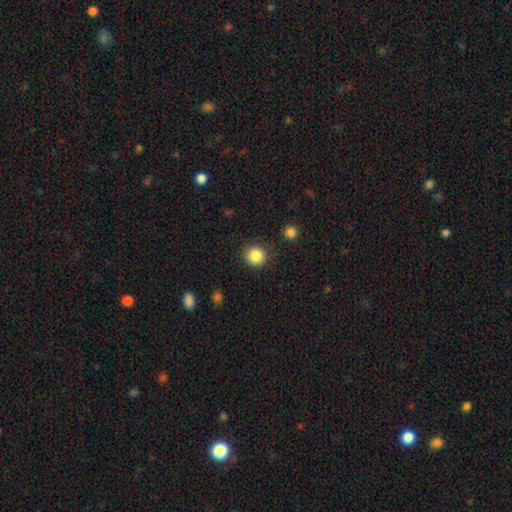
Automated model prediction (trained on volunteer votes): Smooth or featured: smooth — 85% (star or artifact — 10%)
How rounded: round — 92% (in between — 7%)
Merging: none — 88% (minor disturbance — 8%)